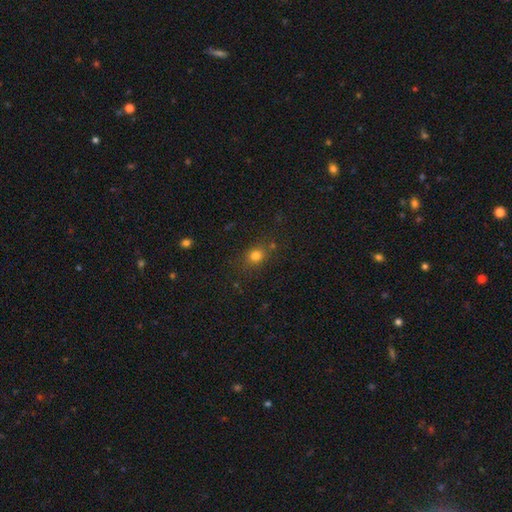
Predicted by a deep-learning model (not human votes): Q: Smooth or featured?
A: smooth (78%); runner-up: star or artifact (15%)
Q: How rounded?
A: round (65%); runner-up: in between (33%)
Q: Merging?
A: none (75%); runner-up: minor disturbance (14%)